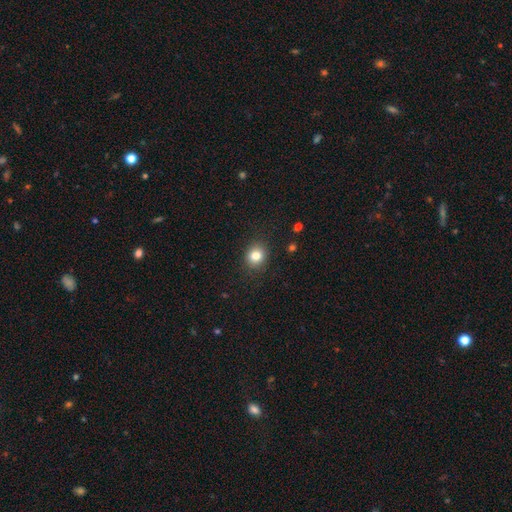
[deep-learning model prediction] A smooth galaxy with no disk features (83%) that is round (74%).

Vote fractions:
- Smooth or featured? smooth: 83% / star or artifact: 11% / featured or disk: 7%
- How rounded? round: 74% / in between: 25% / cigar-shaped: 1%
- Merging? none: 88% / minor disturbance: 8% / major disturbance: 3% / merger: 1%